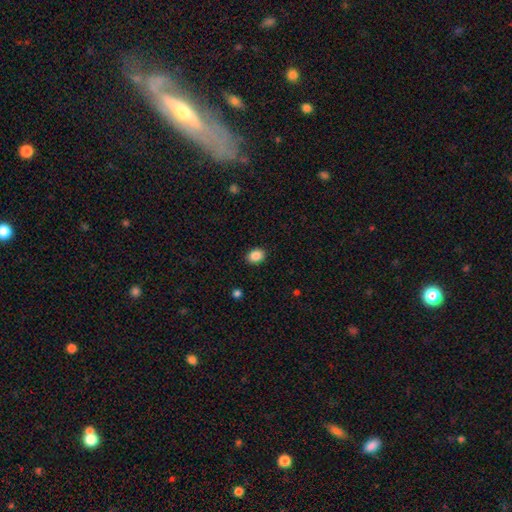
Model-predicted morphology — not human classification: type=smooth (88%); roundness=in between (63%); merging=none (89%).